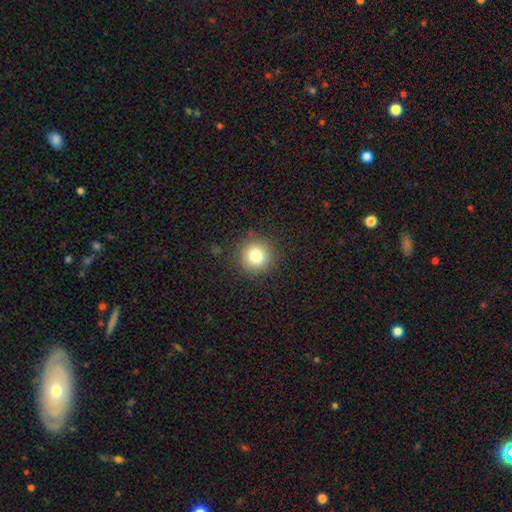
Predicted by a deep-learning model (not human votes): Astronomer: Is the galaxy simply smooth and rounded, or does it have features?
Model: smooth — 80%.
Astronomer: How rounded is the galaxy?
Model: round — 93%.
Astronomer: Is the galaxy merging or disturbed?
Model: none — 90%.